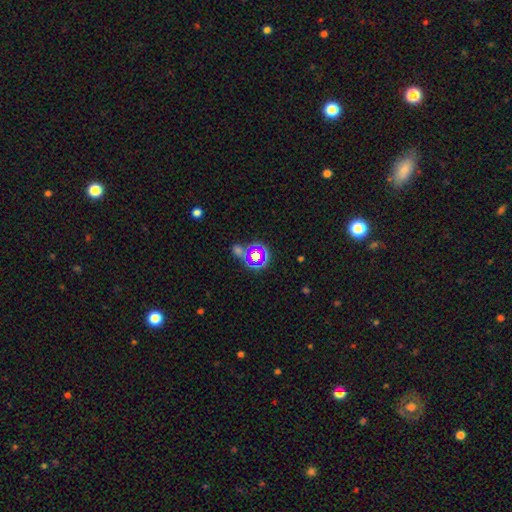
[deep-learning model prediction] This appears to be a star or artifact, not a galaxy (50%).